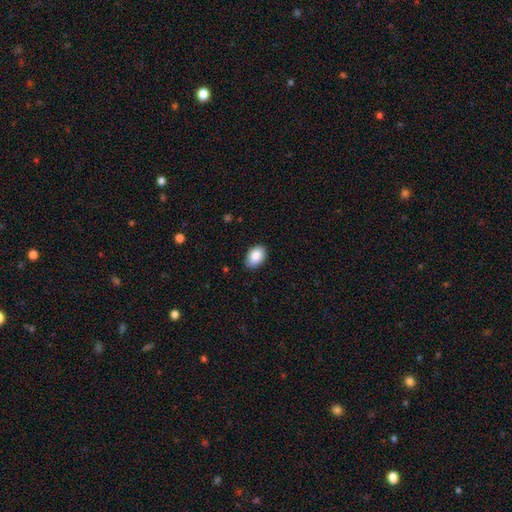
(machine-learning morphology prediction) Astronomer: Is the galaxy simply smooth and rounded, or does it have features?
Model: smooth — 88%.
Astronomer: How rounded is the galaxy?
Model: in between — 88%.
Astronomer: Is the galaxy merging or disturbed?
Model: none — 84%.